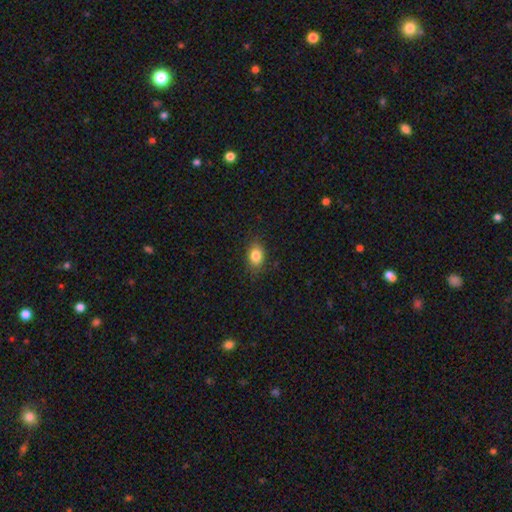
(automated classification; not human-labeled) This appears to be a smooth galaxy with no disk features (83%) that is in between round and cigar-shaped (72%). Merging: none (84%).